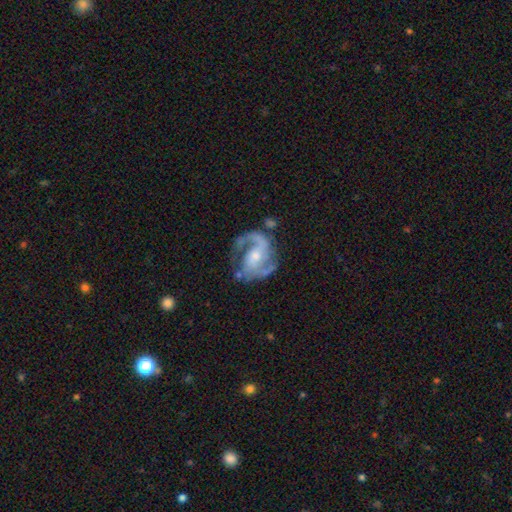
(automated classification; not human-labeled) smooth_or_featured: featured or disk (p=0.89) [alt: smooth p=0.06]
disk_edge_on: no (p=0.98) [alt: yes p=0.02]
bar: no (p=0.45) [alt: weak p=0.40]
has_spiral_arms: yes (p=0.96) [alt: no p=0.04]
spiral_winding: medium (p=0.56) [alt: loose p=0.24]
spiral_arm_count: 2 (p=0.80) [alt: 1 p=0.11]
bulge_size: small (p=0.50) [alt: moderate p=0.41]
merging: none (p=0.61) [alt: minor disturbance p=0.19]